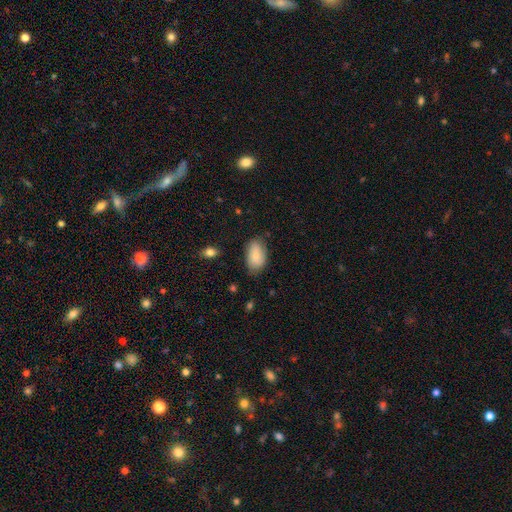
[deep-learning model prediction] A smooth galaxy with no disk features (80%) that is in between round and cigar-shaped (93%).

Vote fractions:
- Smooth or featured? smooth: 80% / featured or disk: 13% / star or artifact: 7%
- How rounded? in between: 93% / round: 5% / cigar-shaped: 2%
- Merging? none: 73% / minor disturbance: 21% / major disturbance: 4% / merger: 1%